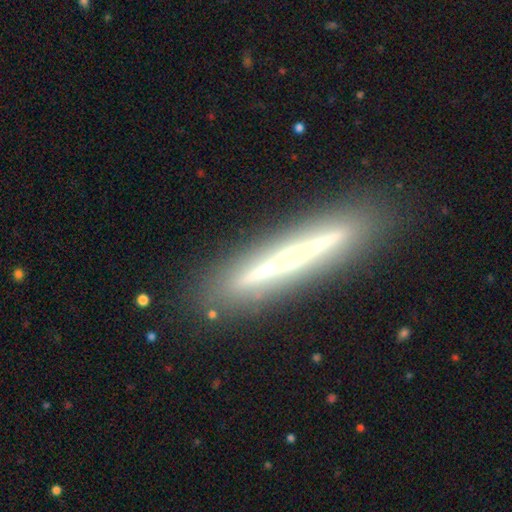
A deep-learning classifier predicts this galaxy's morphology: Smooth or featured?
  - featured or disk: 74% *
  - smooth: 18%
  - star or artifact: 7%
Edge-on disk?
  - yes: 94% *
  - no: 6%
Edge-on bulge?
  - none: 50% *
  - rounded: 43%
  - boxy: 8%
Merging?
  - none: 87% *
  - minor disturbance: 9%
  - major disturbance: 2%
  - merger: 2%